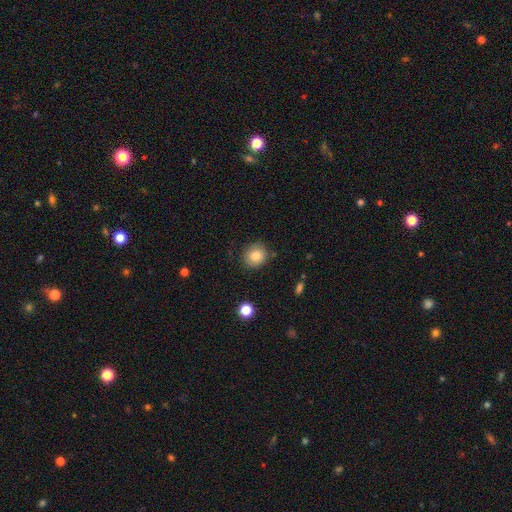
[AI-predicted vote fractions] This is clearly a smooth galaxy (82%). How rounded: likely round (77%). Merging: clearly none (83%).